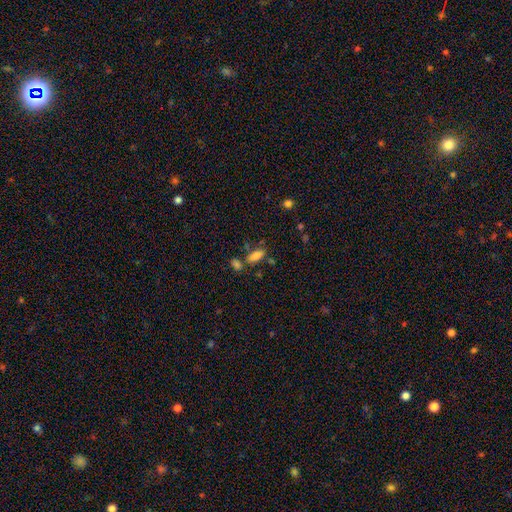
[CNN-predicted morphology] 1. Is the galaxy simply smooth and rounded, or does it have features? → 81% smooth, 11% star or artifact, 9% featured or disk.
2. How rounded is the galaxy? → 81% in between, 16% cigar-shaped, 3% round.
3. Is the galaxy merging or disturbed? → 58% none, 22% merger, 14% minor disturbance, 6% major disturbance.